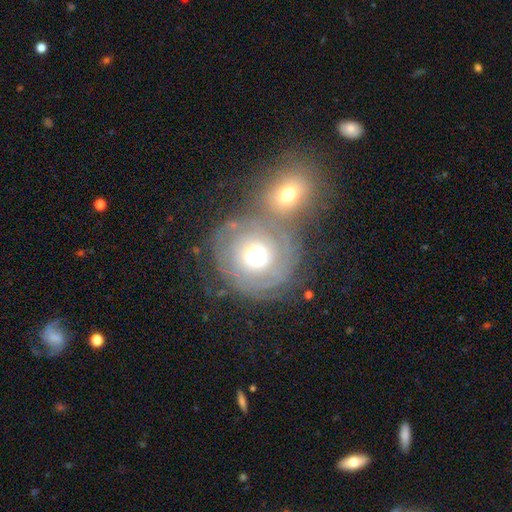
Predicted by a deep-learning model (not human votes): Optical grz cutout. It shows a featured or disk galaxy (65%) with no bar (84%), spiral arms (75%) and a moderate central bulge (68%). Merging: none (42%).